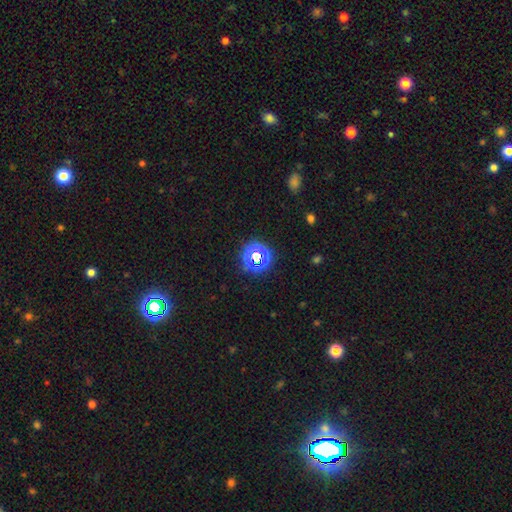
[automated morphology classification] This is likely a star or artifact rather than a galaxy (67%).